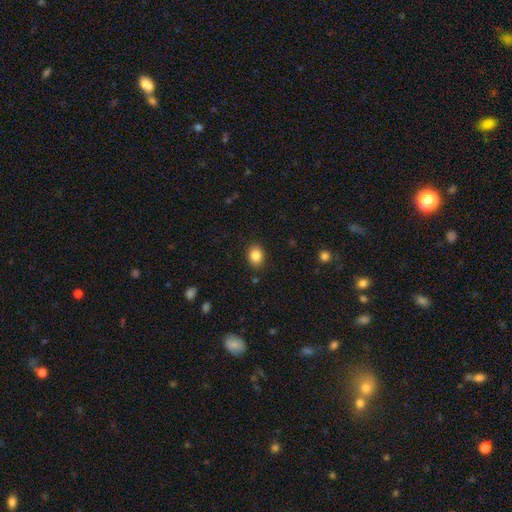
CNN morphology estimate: Q: Smooth or featured?
A: smooth (85%); runner-up: star or artifact (9%)
Q: How rounded?
A: in between (58%); runner-up: round (41%)
Q: Merging?
A: none (88%); runner-up: minor disturbance (8%)